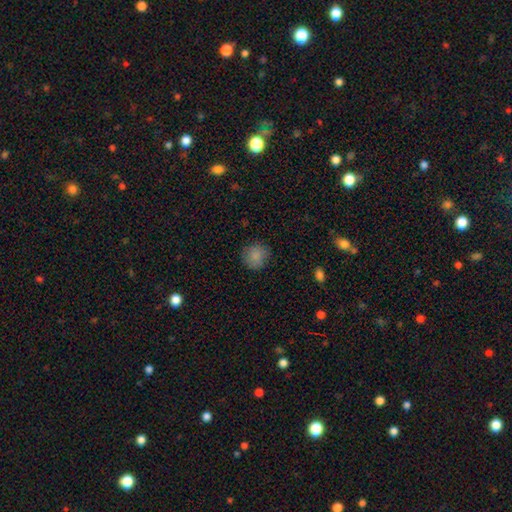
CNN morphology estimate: smooth_or_featured: smooth (p=0.86) [alt: star or artifact p=0.09]
how_rounded: round (p=0.93) [alt: in between p=0.06]
merging: none (p=0.87) [alt: minor disturbance p=0.09]